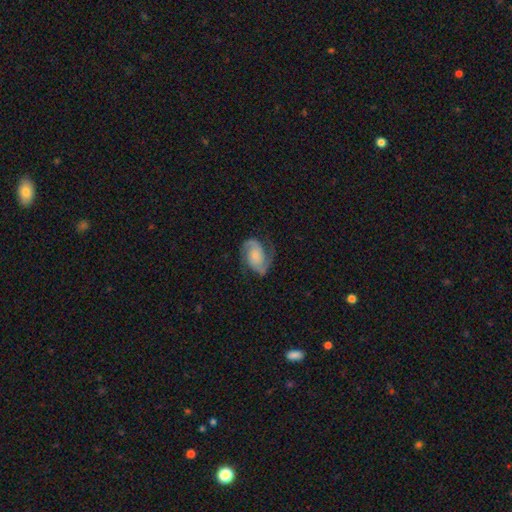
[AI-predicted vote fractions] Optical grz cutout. It shows a featured or disk galaxy (85%) with no bar (69%), 2 (91%) medium (51%) spiral arms (97%) and a small central bulge (44%). Merging: none (73%).